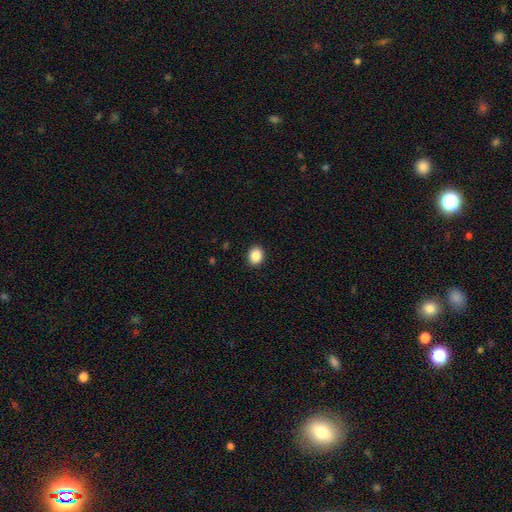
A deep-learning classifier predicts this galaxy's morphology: A smooth galaxy with no disk features (88%) that is round (54%).

Vote fractions:
- Smooth or featured? smooth: 88% / star or artifact: 9% / featured or disk: 4%
- How rounded? round: 54% / in between: 45% / cigar-shaped: 1%
- Merging? none: 91% / minor disturbance: 6% / major disturbance: 2% / merger: 1%